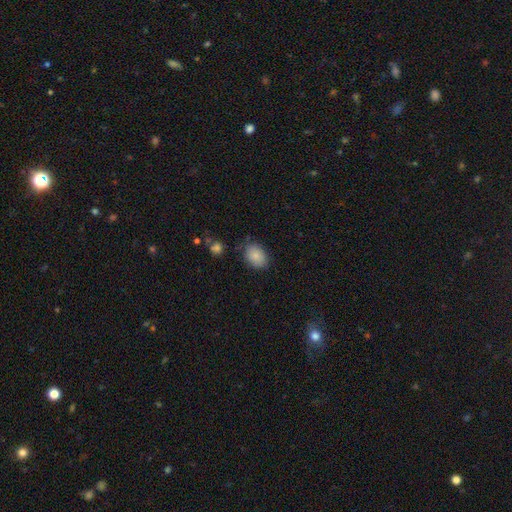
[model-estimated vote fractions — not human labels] This appears to be a smooth galaxy with no disk features (86%) that is in between round and cigar-shaped (77%). Merging: none (78%).